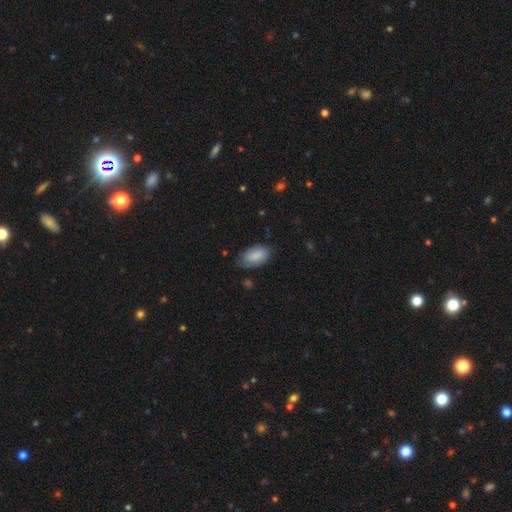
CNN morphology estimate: Overall: smooth (84%). How rounded: in between (94%). Merging: none (68%).